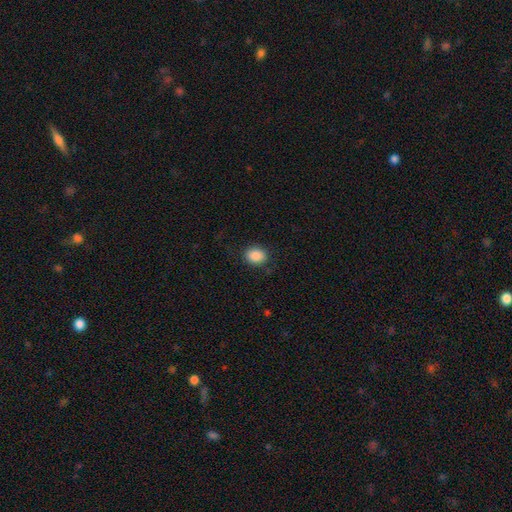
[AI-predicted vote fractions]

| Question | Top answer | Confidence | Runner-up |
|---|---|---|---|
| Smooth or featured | smooth | 88% | star or artifact (8%) |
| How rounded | in between | 53% | round (46%) |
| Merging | none | 85% | minor disturbance (10%) |